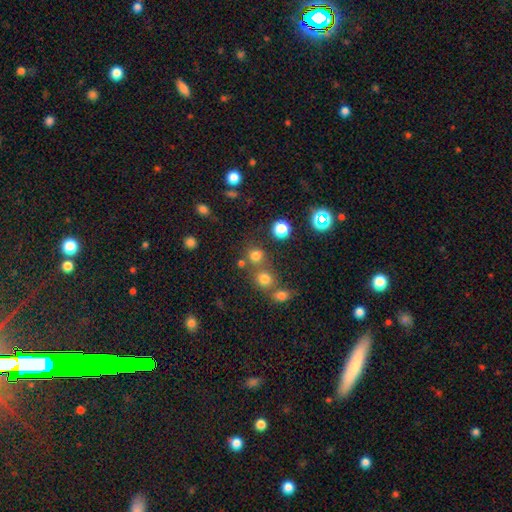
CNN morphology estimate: smooth_or_featured: smooth (p=0.73) [alt: star or artifact p=0.21]
how_rounded: round (p=0.88) [alt: in between p=0.11]
merging: none (p=0.64) [alt: merger p=0.23]